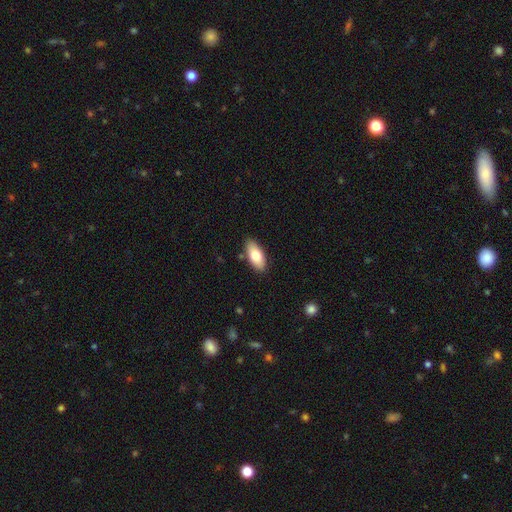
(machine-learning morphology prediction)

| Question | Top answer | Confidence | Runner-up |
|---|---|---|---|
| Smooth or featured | smooth | 77% | featured or disk (17%) |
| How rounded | in between | 87% | cigar-shaped (11%) |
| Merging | none | 85% | minor disturbance (11%) |